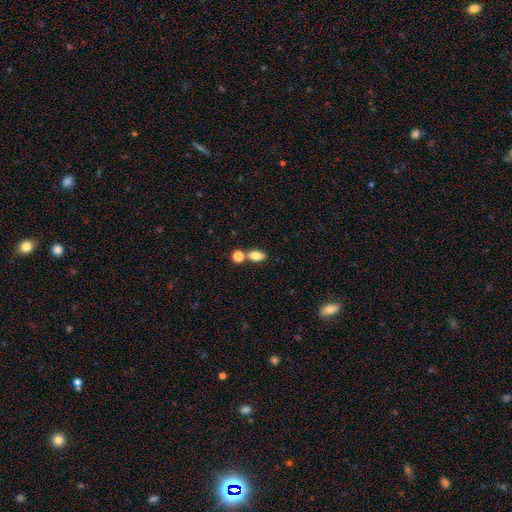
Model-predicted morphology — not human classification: Smooth or featured? Predicted: smooth (p=0.81). How rounded? Predicted: in between (p=0.83). Merging? Predicted: none (p=0.62).